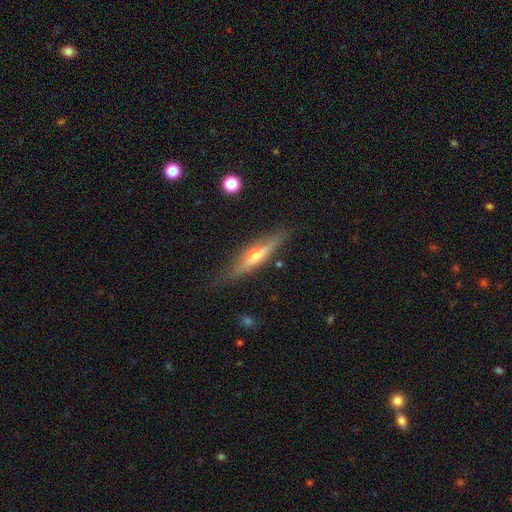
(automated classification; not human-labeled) Morphology: type=featured or disk (70%); edge-on=yes (95%); edge-on bulge=rounded (86%); merging=none (83%).